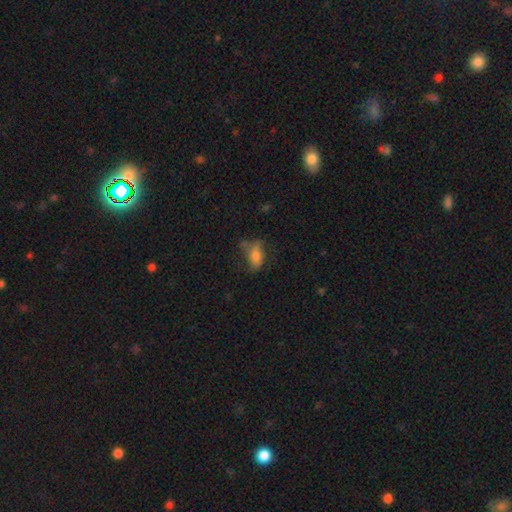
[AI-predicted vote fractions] Q: Smooth or featured?
A: smooth (66%); runner-up: featured or disk (24%)
Q: How rounded?
A: in between (83%); runner-up: cigar-shaped (12%)
Q: Merging?
A: none (44%); runner-up: minor disturbance (29%)